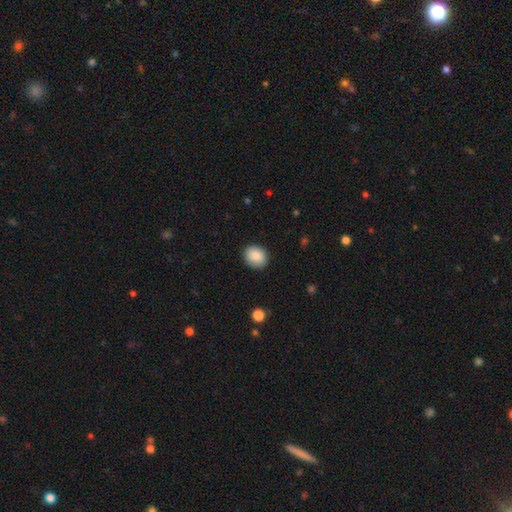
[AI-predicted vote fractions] This is clearly a smooth galaxy (88%). How rounded: likely round (64%). Merging: clearly none (87%).